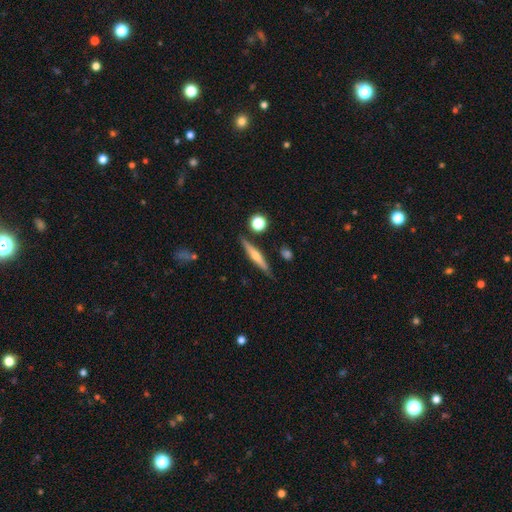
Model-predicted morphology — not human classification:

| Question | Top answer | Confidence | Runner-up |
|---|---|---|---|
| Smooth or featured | featured or disk | 55% | smooth (37%) |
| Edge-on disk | yes | 96% | no (4%) |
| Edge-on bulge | rounded | 80% | none (14%) |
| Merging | none | 85% | minor disturbance (10%) |